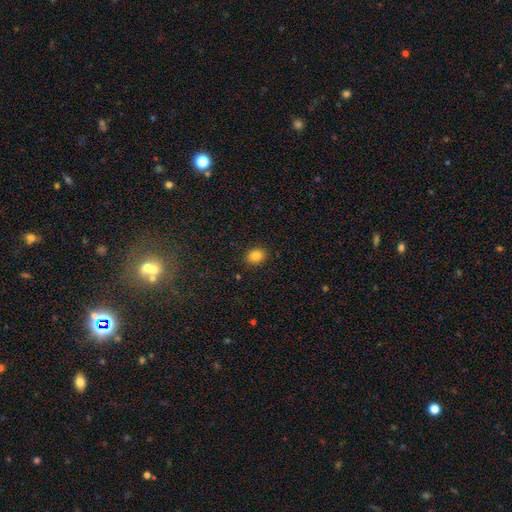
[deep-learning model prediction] Smooth or featured?
  - smooth: 83% *
  - star or artifact: 11%
  - featured or disk: 6%
How rounded?
  - round: 50% *
  - in between: 49%
  - cigar-shaped: 1%
Merging?
  - none: 89% *
  - minor disturbance: 8%
  - major disturbance: 2%
  - merger: 1%